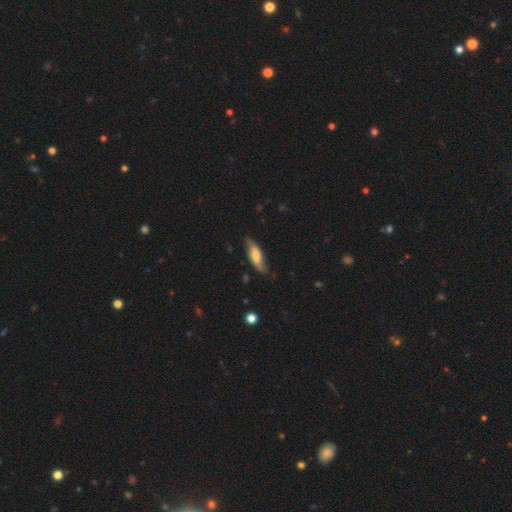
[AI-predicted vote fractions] smooth 50%, featured or disk 44%, star or artifact 6%. Down the decision tree: merging — none (73%).